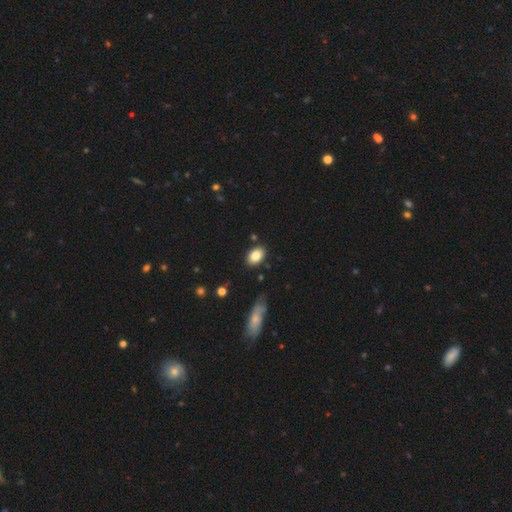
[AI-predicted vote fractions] Smooth or featured? Predicted: smooth (p=0.84). How rounded? Predicted: in between (p=0.84). Merging? Predicted: none (p=0.84).